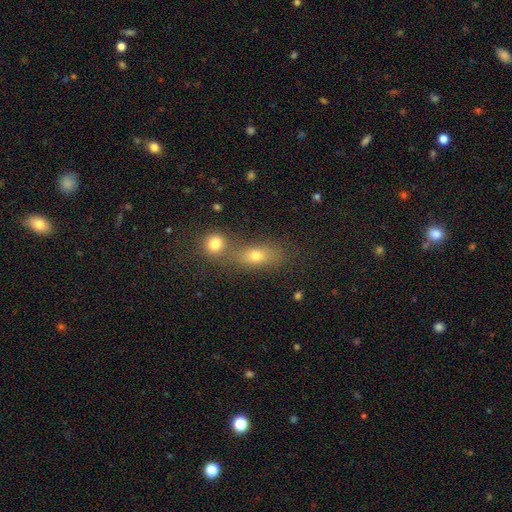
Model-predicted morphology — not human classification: smooth_or_featured: smooth (p=0.71) [alt: star or artifact p=0.15]
how_rounded: in between (p=0.63) [alt: round p=0.28]
merging: merger (p=0.44) [alt: none p=0.43]